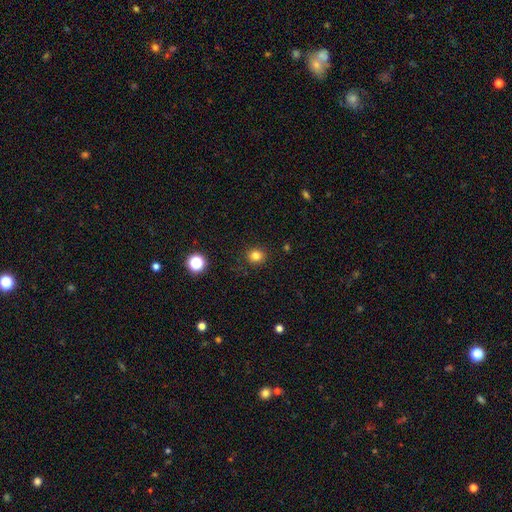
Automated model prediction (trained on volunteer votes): Q: Smooth or featured?
A: smooth (81%); runner-up: star or artifact (14%)
Q: How rounded?
A: round (83%); runner-up: in between (16%)
Q: Merging?
A: none (89%); runner-up: minor disturbance (8%)